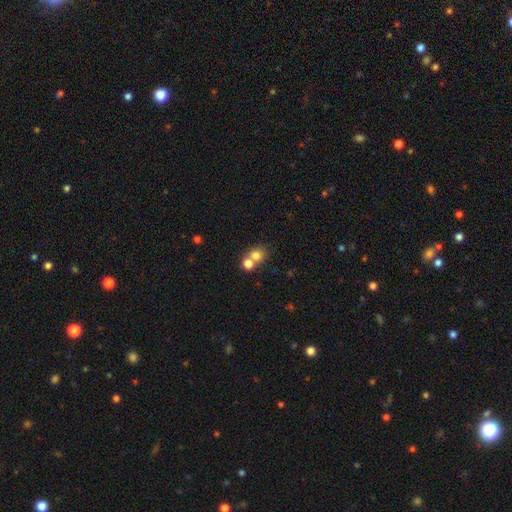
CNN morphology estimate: Overall: smooth (76%). How rounded: round (74%). Merging: merger (53%; none 39%).